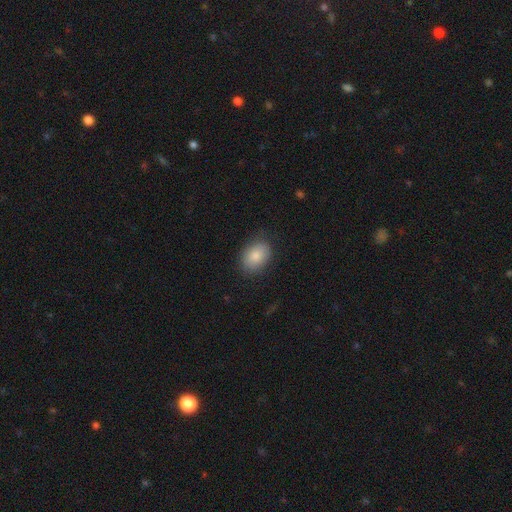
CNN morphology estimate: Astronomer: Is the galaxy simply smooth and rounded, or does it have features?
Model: smooth — 83%.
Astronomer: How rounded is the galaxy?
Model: in between — 75%.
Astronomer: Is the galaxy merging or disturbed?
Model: none — 81%.